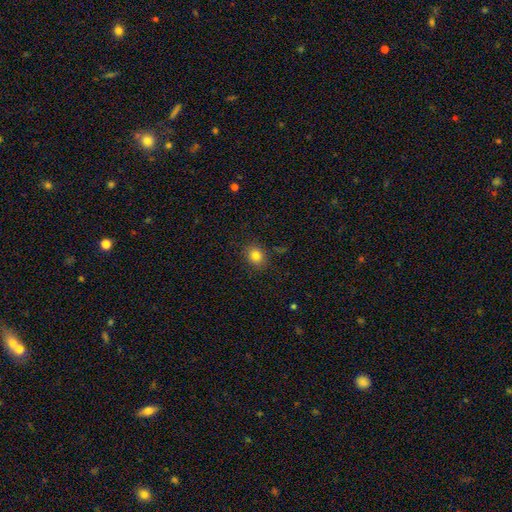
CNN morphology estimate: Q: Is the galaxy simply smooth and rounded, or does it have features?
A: smooth — 81%.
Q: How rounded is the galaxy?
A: round — 61%.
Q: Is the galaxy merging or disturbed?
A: none — 86%.